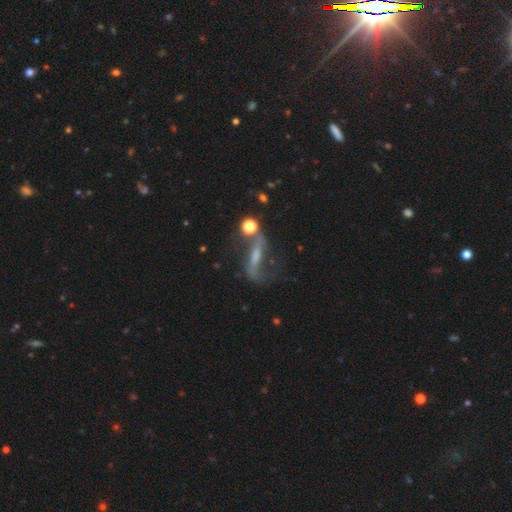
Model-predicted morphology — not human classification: smooth_or_featured: featured or disk (p=0.67) [alt: smooth p=0.20]
disk_edge_on: no (p=0.73) [alt: yes p=0.27]
merging: none (p=0.45) [alt: major disturbance p=0.23]